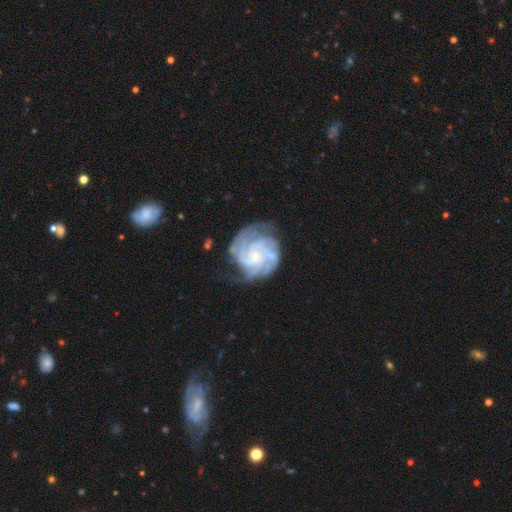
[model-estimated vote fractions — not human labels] The model was most divided on "spiral arm count": 3: 35%, 2: 22%, can't tell: 16%, 4: 14%, more than 4: 6%, 1: 6%. More confident: edge-on disk — no (98%); spiral arms — yes (98%); smooth or featured — featured or disk (90%); bulge size — small (75%); bar — no (69%); merging — none (64%); spiral winding — tight (63%).